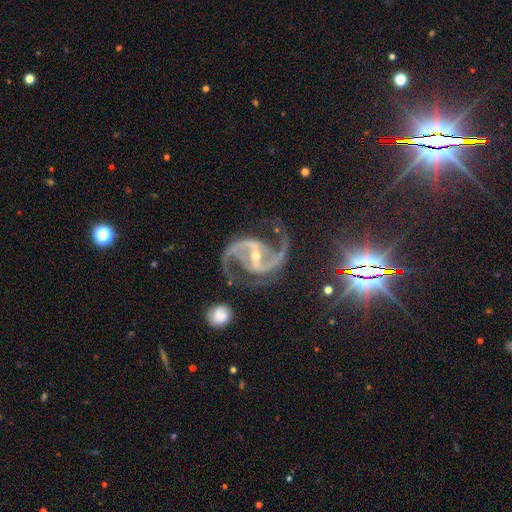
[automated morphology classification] Q: Smooth or featured?
A: featured or disk (92%); runner-up: star or artifact (6%)
Q: Edge-on disk?
A: no (98%); runner-up: yes (2%)
Q: Bar?
A: strong (62%); runner-up: weak (27%)
Q: Spiral arms?
A: yes (99%); runner-up: no (1%)
Q: Spiral winding?
A: medium (62%); runner-up: loose (26%)
Q: Spiral arm count?
A: 2 (94%); runner-up: 3 (1%)
Q: Bulge size?
A: small (61%); runner-up: moderate (36%)
Q: Merging?
A: none (75%); runner-up: minor disturbance (14%)